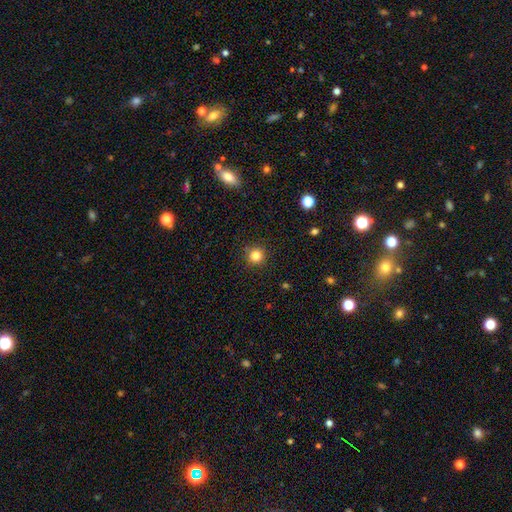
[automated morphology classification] type=smooth (83%); roundness=round (95%); merging=none (91%).